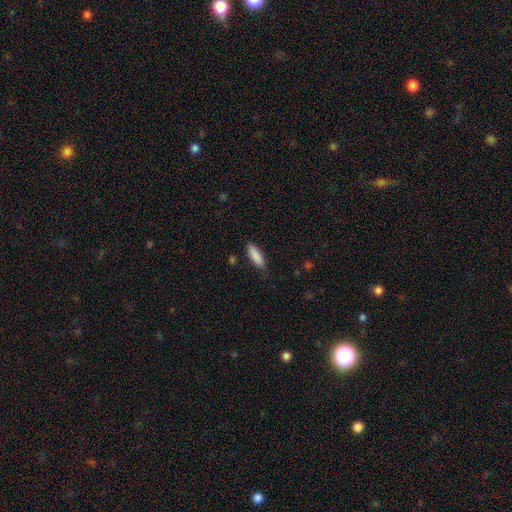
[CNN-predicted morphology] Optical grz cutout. It shows a smooth galaxy with no disk features (88%) that is in between round and cigar-shaped (52%). Merging: none (81%).